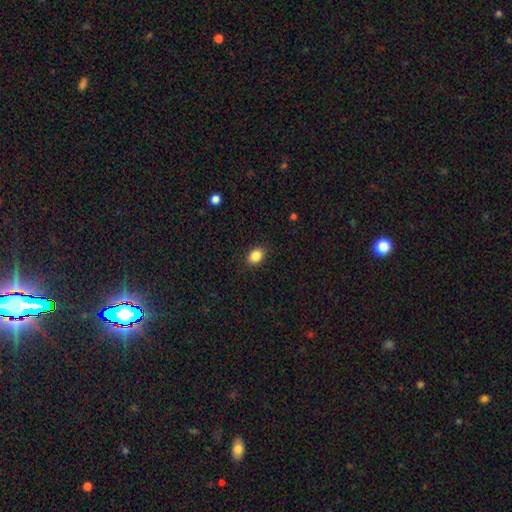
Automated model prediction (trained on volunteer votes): Overall: smooth (86%). How rounded: in between (60%; round 39%). Merging: none (89%).